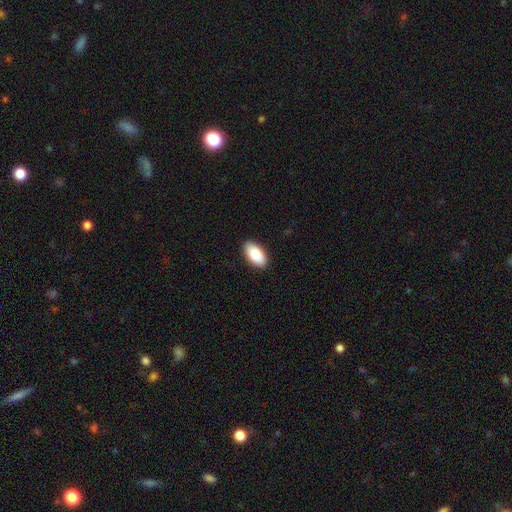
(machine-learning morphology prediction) Smooth or featured? smooth (87%)
How rounded? in between (95%)
Merging? none (90%)